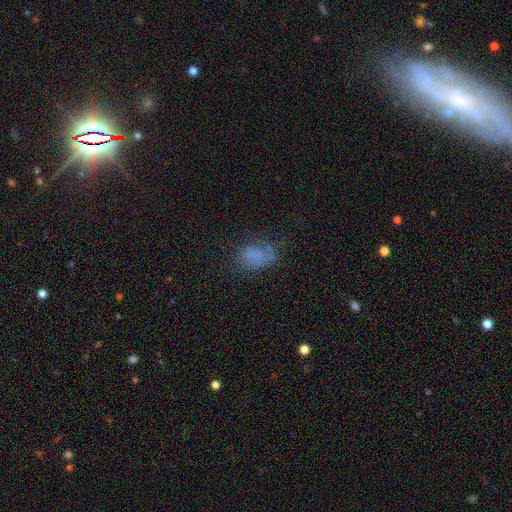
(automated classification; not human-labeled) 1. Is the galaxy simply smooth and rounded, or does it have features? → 66% smooth, 17% star or artifact, 17% featured or disk.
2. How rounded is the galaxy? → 80% in between, 18% round, 2% cigar-shaped.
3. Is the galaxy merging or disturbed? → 52% none, 25% minor disturbance, 19% major disturbance, 4% merger.